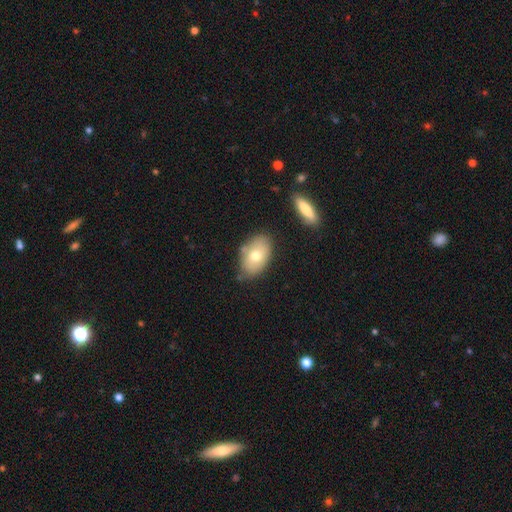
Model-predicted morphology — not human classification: smooth-or-featured: smooth: 70% | featured or disk: 22% | star or artifact: 8%
  how-rounded: in between: 88% | round: 11% | cigar-shaped: 1%
  merging: none: 74% | minor disturbance: 17% | merger: 5% | major disturbance: 4%